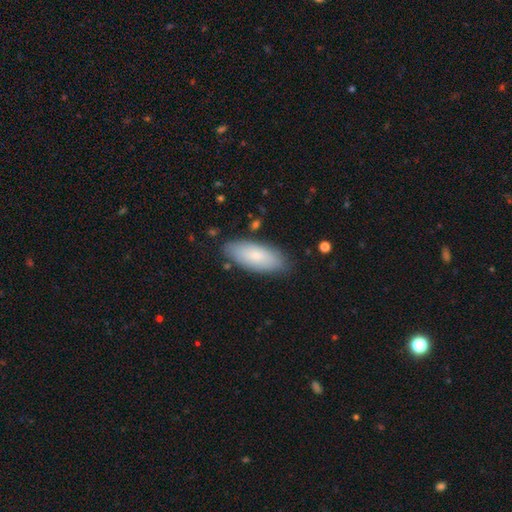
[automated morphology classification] Smooth or featured?
  - smooth: 77% *
  - featured or disk: 17%
  - star or artifact: 6%
How rounded?
  - in between: 82% *
  - cigar-shaped: 16%
  - round: 2%
Merging?
  - none: 83% *
  - minor disturbance: 13%
  - major disturbance: 3%
  - merger: 2%